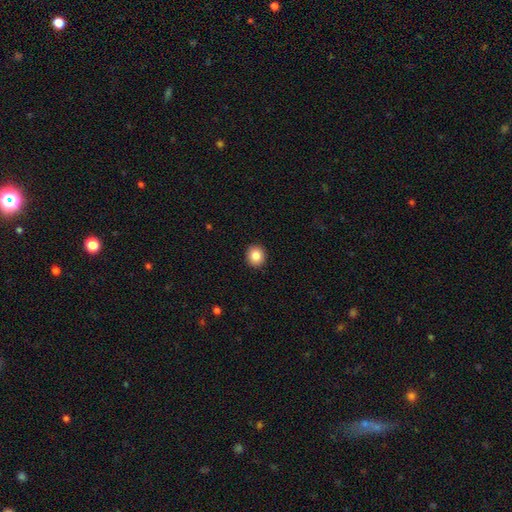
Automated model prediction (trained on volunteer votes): A smooth galaxy with no disk features (85%) that is round (88%).

Vote fractions:
- Smooth or featured? smooth: 85% / star or artifact: 9% / featured or disk: 5%
- How rounded? round: 88% / in between: 11% / cigar-shaped: 1%
- Merging? none: 93% / minor disturbance: 5% / major disturbance: 2% / merger: 1%